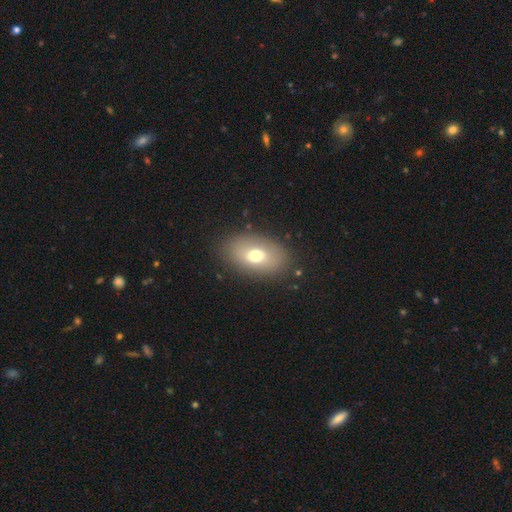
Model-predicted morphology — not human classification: Q: Smooth or featured?
A: smooth (68%); runner-up: featured or disk (22%)
Q: How rounded?
A: in between (87%); runner-up: round (11%)
Q: Merging?
A: none (85%); runner-up: minor disturbance (10%)